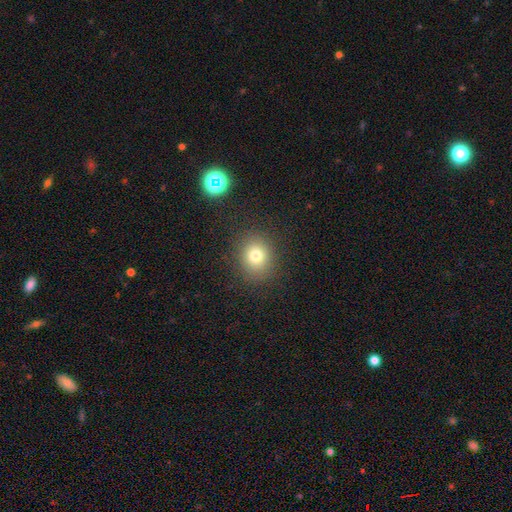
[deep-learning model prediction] smooth-or-featured: smooth: 76% | star or artifact: 14% | featured or disk: 9%
  how-rounded: round: 75% | in between: 25% | cigar-shaped: 1%
  merging: none: 87% | minor disturbance: 8% | major disturbance: 3% | merger: 1%